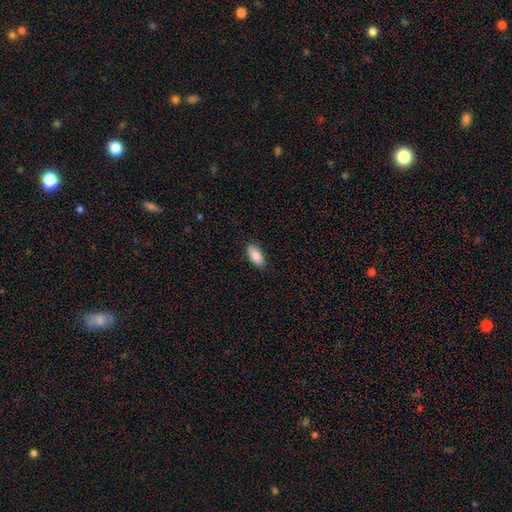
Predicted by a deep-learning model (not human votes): Smooth or featured: smooth — 86% (featured or disk — 7%)
How rounded: in between — 86% (cigar-shaped — 12%)
Merging: none — 88% (minor disturbance — 10%)